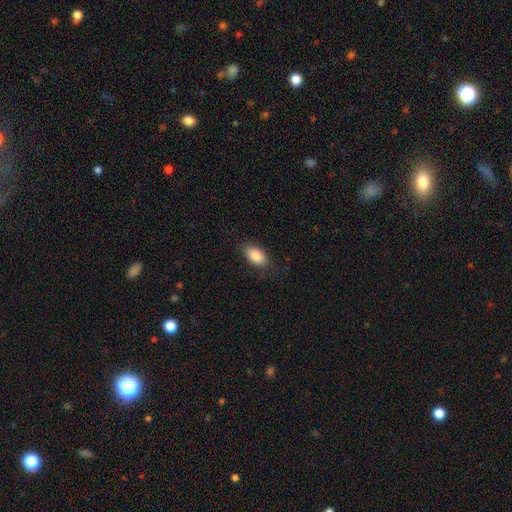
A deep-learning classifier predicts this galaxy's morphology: This is clearly a smooth galaxy (86%). How rounded: clearly in between (92%). Merging: clearly none (84%).